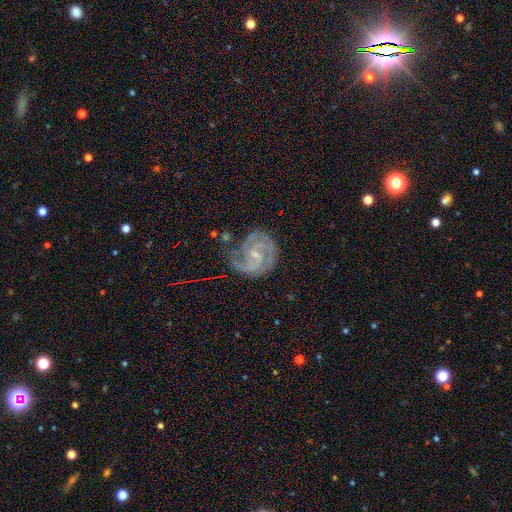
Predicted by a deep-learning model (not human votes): Overall: featured or disk (89%). Edge-on disk: no (98%). Bar: weak (45%; no 44%). Spiral arms: yes (98%). Spiral arm count: 2 (49%; 3 26%). Spiral winding: tight (49%; medium 42%). Bulge size: small (75%). Merging: none (63%).